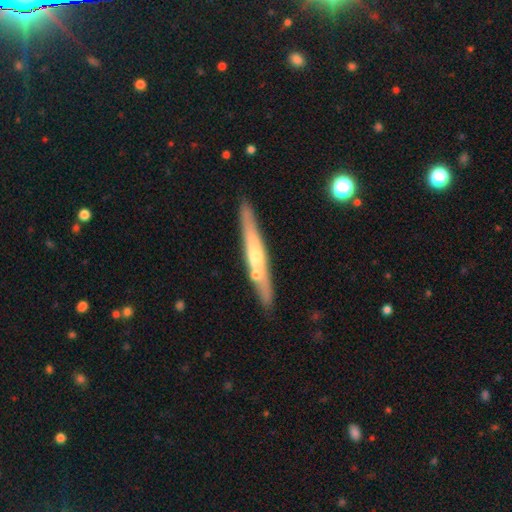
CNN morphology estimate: The model was most divided on "smooth or featured": featured or disk: 59%, smooth: 35%, star or artifact: 6%. More confident: edge-on disk — yes (92%); merging — none (81%); edge-on bulge — rounded (63%).